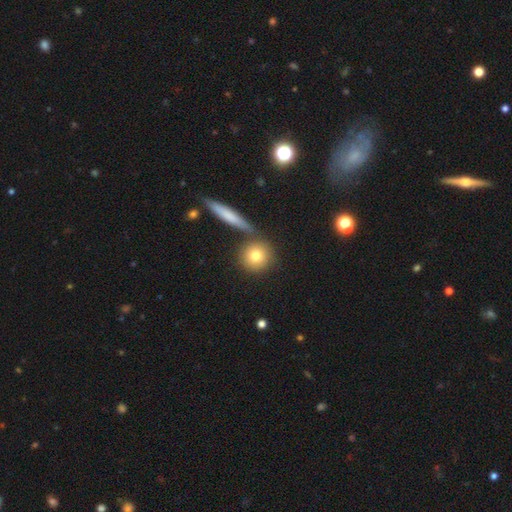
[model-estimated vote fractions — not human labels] Smooth or featured: smooth — 78% (featured or disk — 13%)
How rounded: round — 90% (in between — 8%)
Merging: none — 75% (merger — 13%)